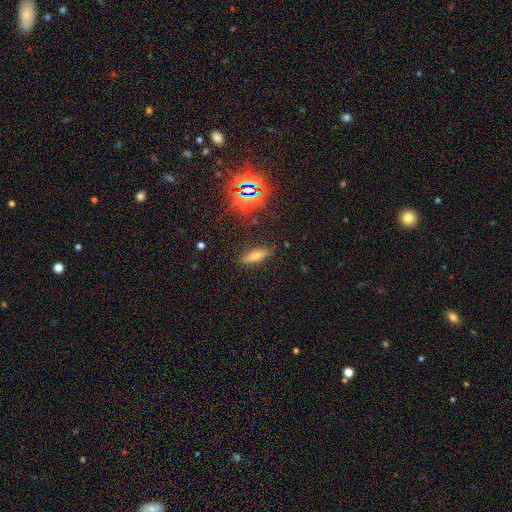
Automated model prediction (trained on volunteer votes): Smooth or featured? Predicted: smooth (p=0.53). How rounded? Predicted: cigar-shaped (p=0.49). Merging? Predicted: none (p=0.85).